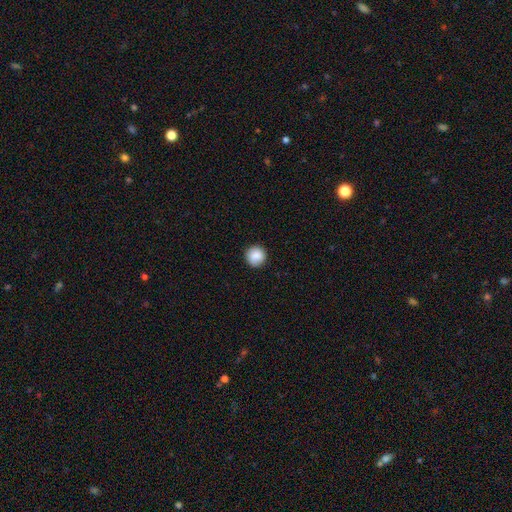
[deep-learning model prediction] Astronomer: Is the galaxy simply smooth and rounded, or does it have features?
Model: smooth — 87%.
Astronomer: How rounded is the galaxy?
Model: round — 95%.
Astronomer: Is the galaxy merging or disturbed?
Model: none — 90%.